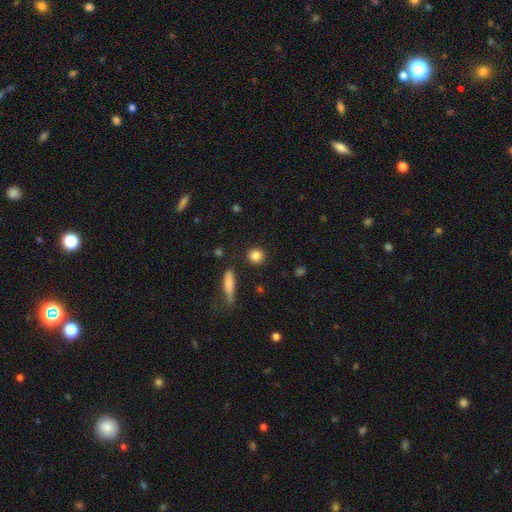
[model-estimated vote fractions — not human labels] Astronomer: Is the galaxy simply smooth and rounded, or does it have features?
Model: smooth — 85%.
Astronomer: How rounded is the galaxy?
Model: round — 86%.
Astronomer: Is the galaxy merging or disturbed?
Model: none — 88%.